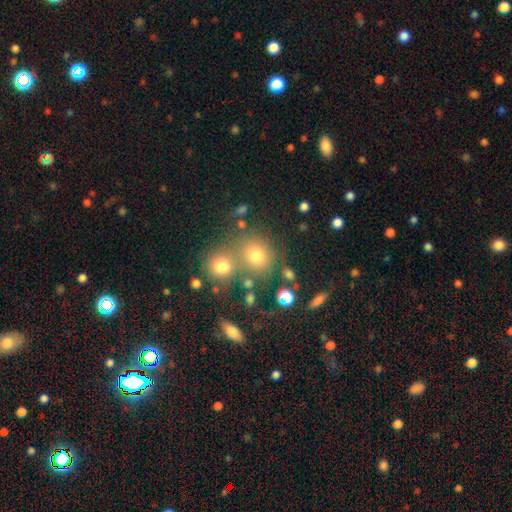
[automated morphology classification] This appears to be a smooth galaxy with no disk features (71%) that is round (75%). Merging: none (53%).